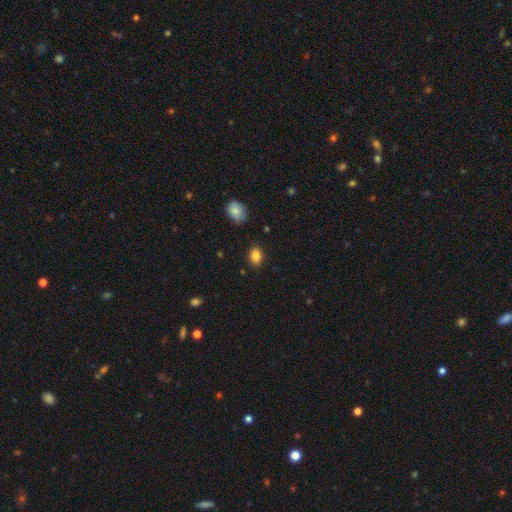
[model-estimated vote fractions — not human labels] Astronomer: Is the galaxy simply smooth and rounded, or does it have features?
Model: smooth — 86%.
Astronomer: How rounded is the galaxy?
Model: in between — 77%.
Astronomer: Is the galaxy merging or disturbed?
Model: none — 87%.